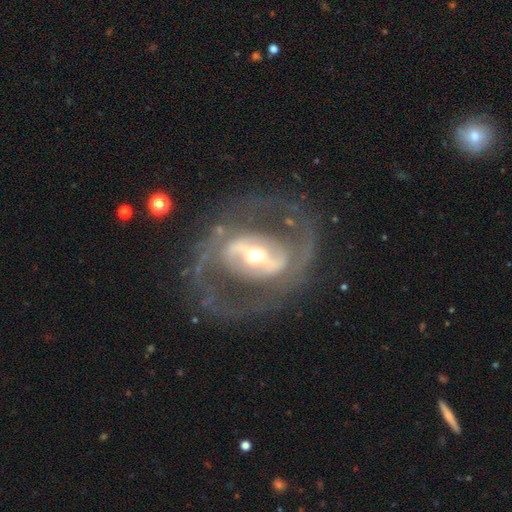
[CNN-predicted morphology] This appears to be a featured or disk galaxy (86%) with a strong bar (56%), 2 (84%) medium (50%) spiral arms (78%) and a moderate central bulge (63%). Merging: none (71%).